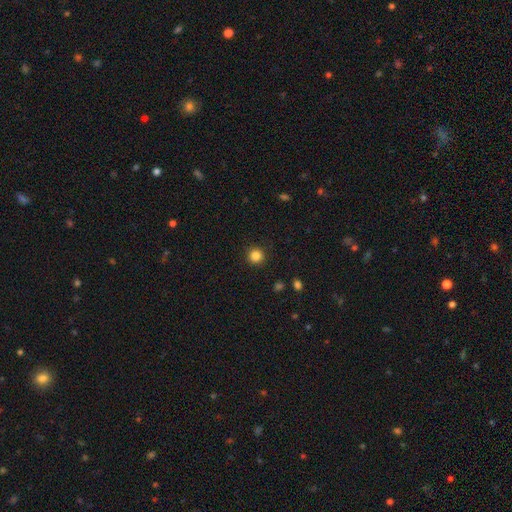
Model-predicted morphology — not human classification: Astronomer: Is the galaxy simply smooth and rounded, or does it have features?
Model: smooth — 84%.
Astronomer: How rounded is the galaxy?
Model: round — 95%.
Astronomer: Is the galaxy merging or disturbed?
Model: none — 92%.